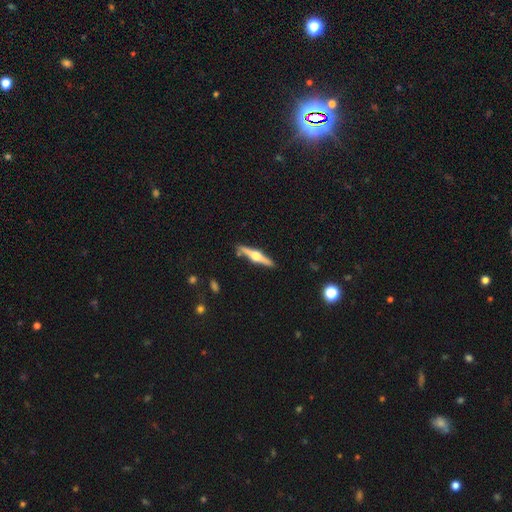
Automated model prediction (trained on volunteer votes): smooth-or-featured: featured or disk: 76% | smooth: 19% | star or artifact: 5%
  disk-edge-on: yes: 98% | no: 2%
    edge-on-bulge: rounded: 94% | boxy: 4% | none: 2%
  merging: none: 88% | minor disturbance: 8% | merger: 2% | major disturbance: 2%